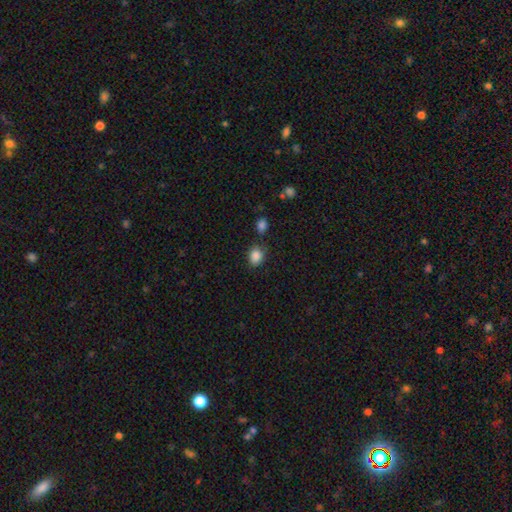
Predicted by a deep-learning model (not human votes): The model was most divided on "how rounded": in between: 55%, round: 44%, cigar-shaped: 1%. More confident: smooth or featured — smooth (86%); merging — none (71%).